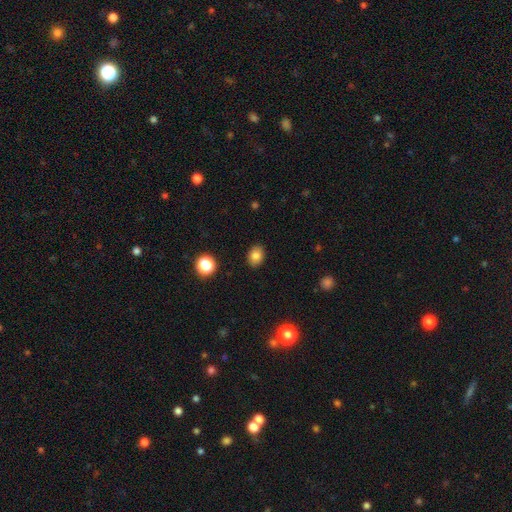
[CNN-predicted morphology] Overall: smooth (83%). How rounded: in between (60%; round 39%). Merging: none (88%).